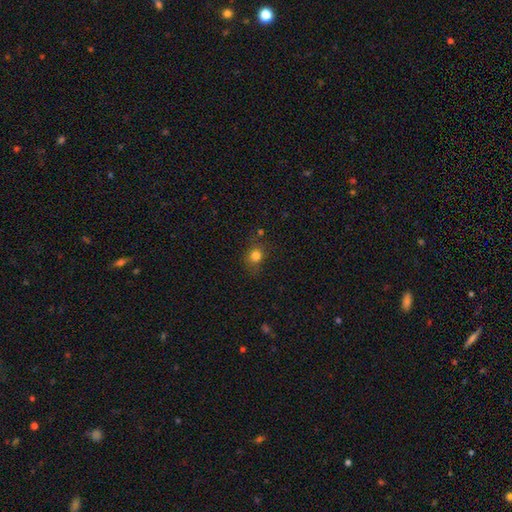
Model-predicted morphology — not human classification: A smooth galaxy with no disk features (79%) that is round (72%).

Vote fractions:
- Smooth or featured? smooth: 79% / star or artifact: 14% / featured or disk: 7%
- How rounded? round: 72% / in between: 27% / cigar-shaped: 1%
- Merging? none: 73% / minor disturbance: 18% / major disturbance: 6% / merger: 3%